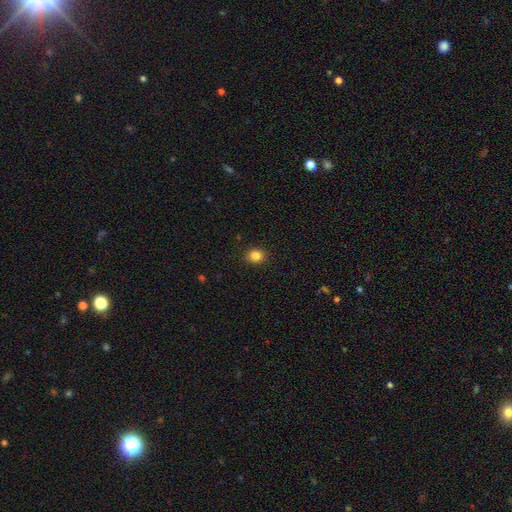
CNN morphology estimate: Smooth or featured? smooth (84%)
How rounded? round (70%)
Merging? none (90%)